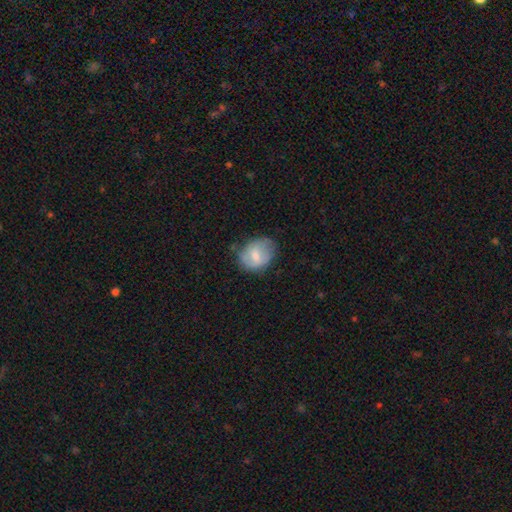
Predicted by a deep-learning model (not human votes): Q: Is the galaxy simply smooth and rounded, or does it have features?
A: smooth — 62%.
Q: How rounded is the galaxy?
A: in between — 53%.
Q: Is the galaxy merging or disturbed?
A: none — 57%.